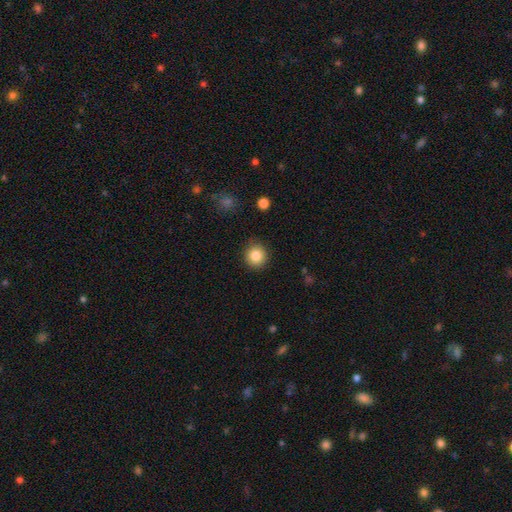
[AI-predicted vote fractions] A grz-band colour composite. It shows a smooth galaxy with no disk features (84%) that is round (88%). Merging: none (88%).